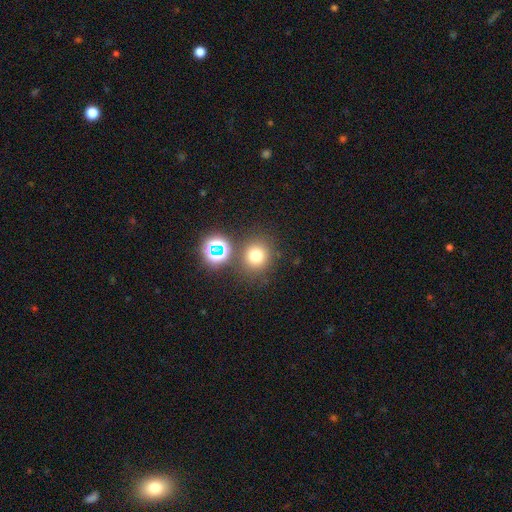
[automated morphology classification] A smooth galaxy with no disk features (71%) that is round (86%).

Vote fractions:
- Smooth or featured? smooth: 71% / star or artifact: 21% / featured or disk: 8%
- How rounded? round: 86% / in between: 13% / cigar-shaped: 1%
- Merging? none: 79% / merger: 9% / minor disturbance: 8% / major disturbance: 4%